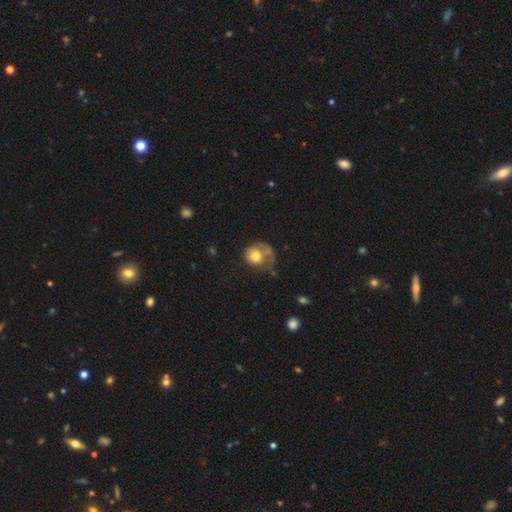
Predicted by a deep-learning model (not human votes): Overall: smooth (66%). How rounded: round (71%). Merging: major disturbance (37%; none 30%).